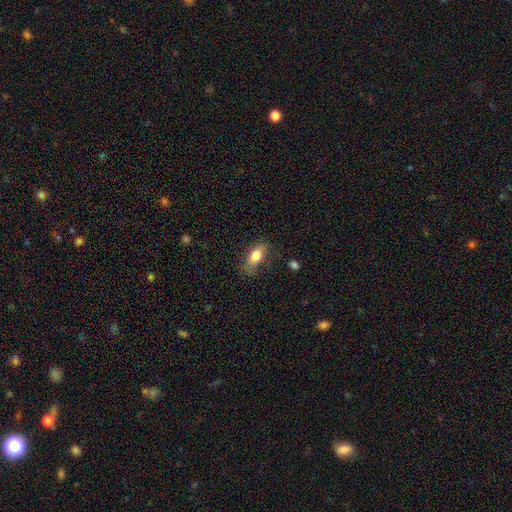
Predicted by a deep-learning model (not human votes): smooth-or-featured: smooth: 78% | featured or disk: 15% | star or artifact: 8%
  how-rounded: in between: 82% | cigar-shaped: 12% | round: 6%
  merging: none: 68% | minor disturbance: 22% | major disturbance: 8% | merger: 2%